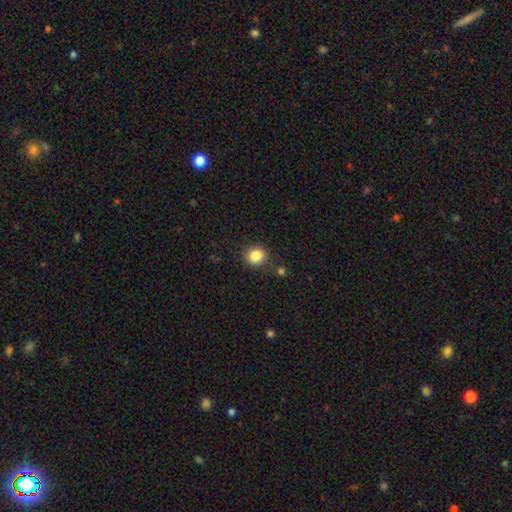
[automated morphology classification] type=smooth (85%); roundness=round (77%); merging=none (85%).